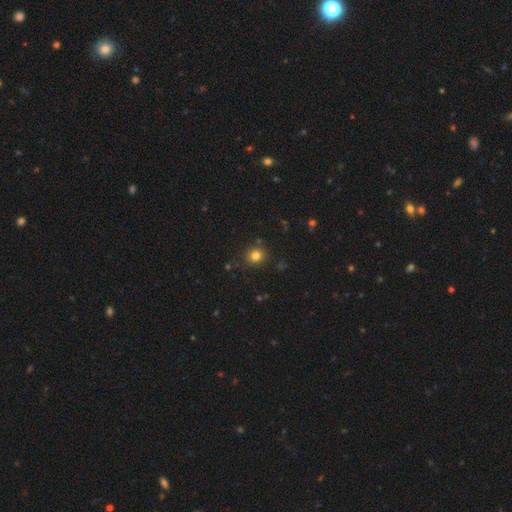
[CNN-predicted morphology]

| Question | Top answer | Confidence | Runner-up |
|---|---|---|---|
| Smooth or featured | smooth | 80% | star or artifact (14%) |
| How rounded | round | 88% | in between (11%) |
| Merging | none | 86% | minor disturbance (9%) |